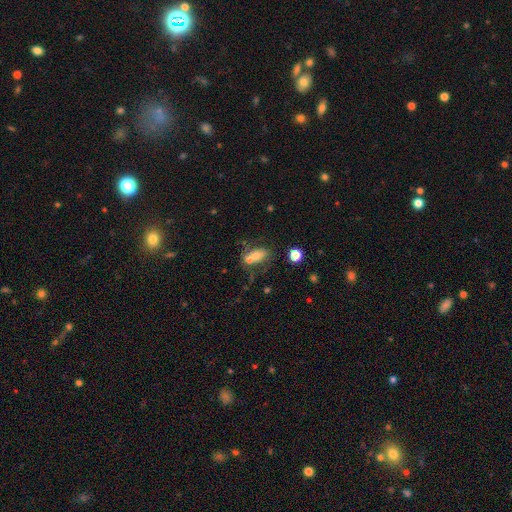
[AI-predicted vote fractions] smooth-or-featured: smooth: 61% | featured or disk: 27% | star or artifact: 12%
  how-rounded: in between: 77% | round: 18% | cigar-shaped: 5%
  merging: merger: 43% | none: 35% | minor disturbance: 13% | major disturbance: 8%